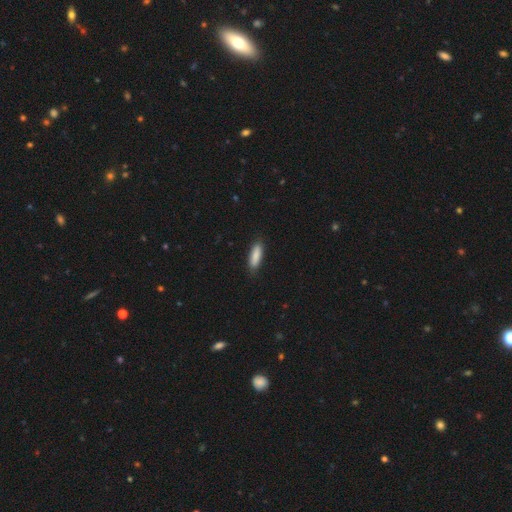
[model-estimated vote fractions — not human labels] The model was most divided on "how rounded": cigar-shaped: 53%, in between: 45%, round: 2%. More confident: smooth or featured — smooth (88%); merging — none (85%).